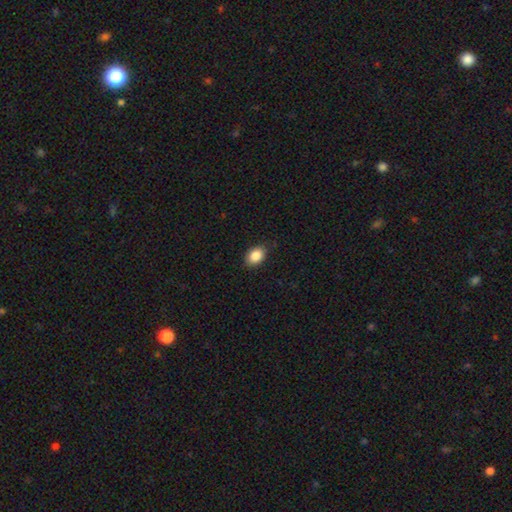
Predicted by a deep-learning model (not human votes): Smooth or featured: smooth — 87% (star or artifact — 8%)
How rounded: in between — 78% (round — 21%)
Merging: none — 85% (minor disturbance — 11%)